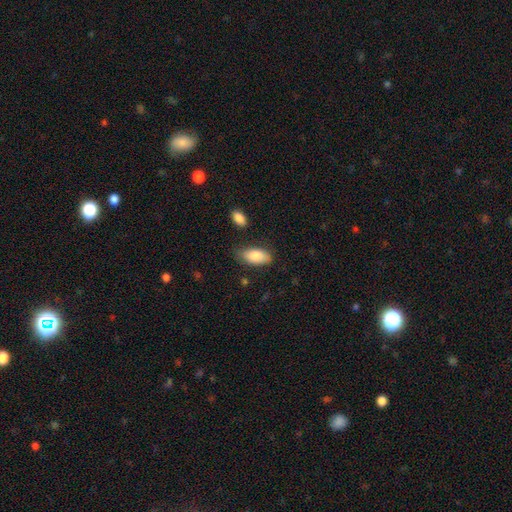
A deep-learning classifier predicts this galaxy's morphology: A smooth galaxy with no disk features (85%) that is in between round and cigar-shaped (91%). Merging: none (75%).